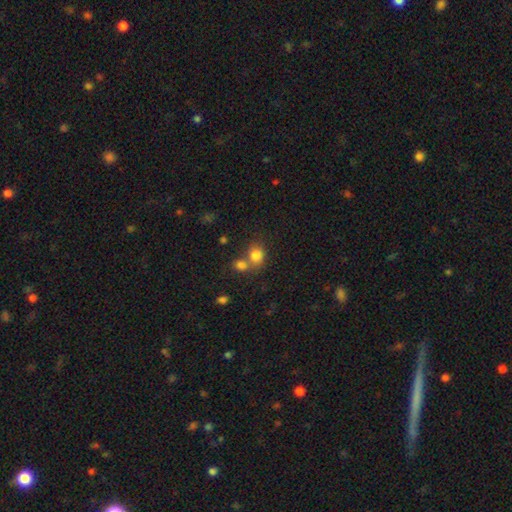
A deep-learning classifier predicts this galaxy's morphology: smooth 81%, star or artifact 11%, featured or disk 8%. Down the decision tree: how rounded — round (62%); merging — none (46%).